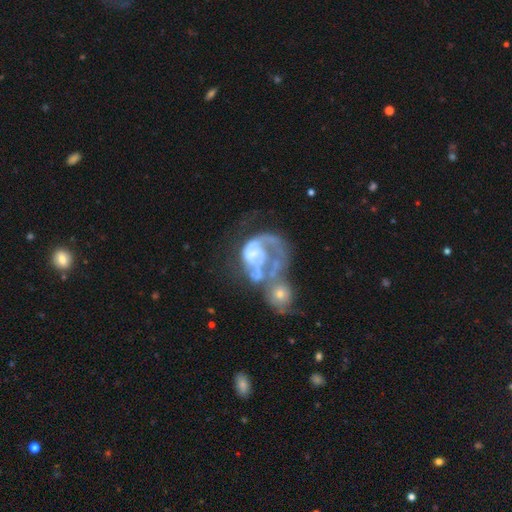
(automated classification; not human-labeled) Smooth or featured?
  - featured or disk: 75% *
  - smooth: 16%
  - star or artifact: 9%
Edge-on disk?
  - no: 98% *
  - yes: 2%
Bar?
  - no: 74% *
  - weak: 20%
  - strong: 6%
Spiral arms?
  - yes: 61% *
  - no: 39%
Bulge size?
  - none: 41% *
  - moderate: 27%
  - small: 23%
  - large: 7%
  - dominant: 2%
Merging?
  - merger: 51% *
  - major disturbance: 29%
  - none: 12%
  - minor disturbance: 8%